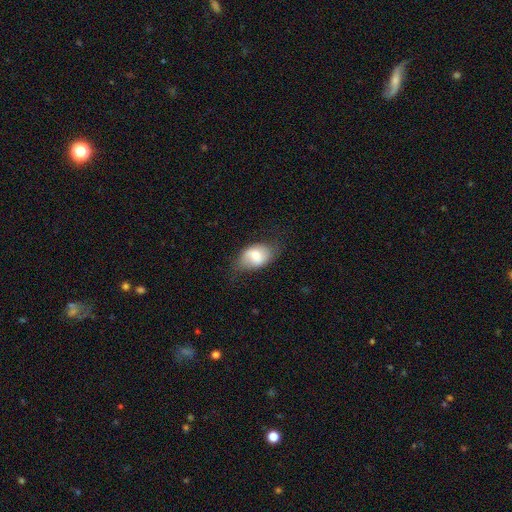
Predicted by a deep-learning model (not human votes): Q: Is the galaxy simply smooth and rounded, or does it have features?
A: smooth — 66%.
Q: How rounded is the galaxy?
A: in between — 86%.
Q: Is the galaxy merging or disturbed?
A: none — 66%.